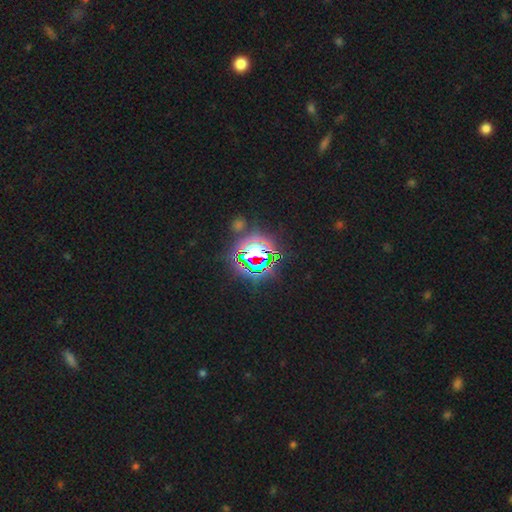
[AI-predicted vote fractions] A star or artifact, not a galaxy (78%).